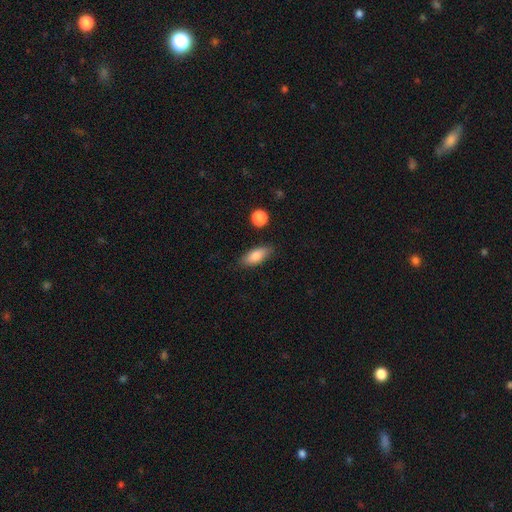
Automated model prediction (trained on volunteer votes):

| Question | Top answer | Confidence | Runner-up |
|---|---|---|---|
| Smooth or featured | smooth | 81% | featured or disk (11%) |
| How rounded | in between | 78% | cigar-shaped (19%) |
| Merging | none | 83% | minor disturbance (12%) |